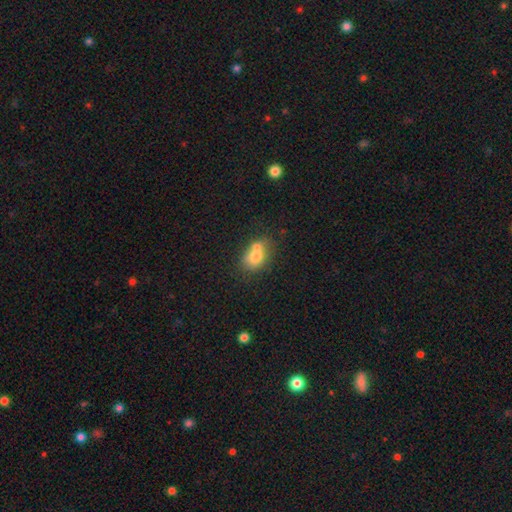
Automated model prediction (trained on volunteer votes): smooth-or-featured: smooth: 72% | featured or disk: 19% | star or artifact: 10%
  how-rounded: in between: 66% | round: 33% | cigar-shaped: 2%
  merging: merger: 46% | none: 34% | minor disturbance: 14% | major disturbance: 6%